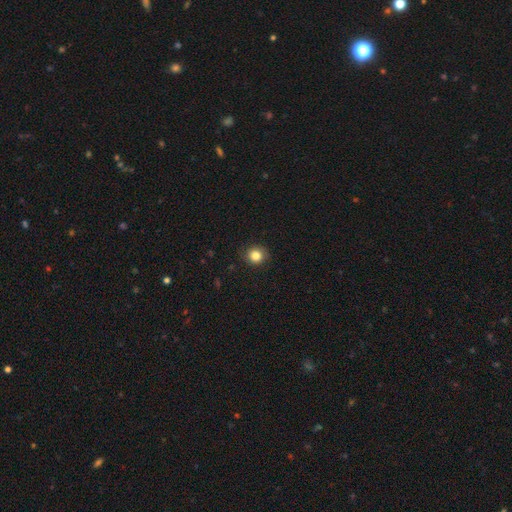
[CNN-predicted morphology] Smooth or featured? Predicted: smooth (p=0.83). How rounded? Predicted: round (p=0.87). Merging? Predicted: none (p=0.88).